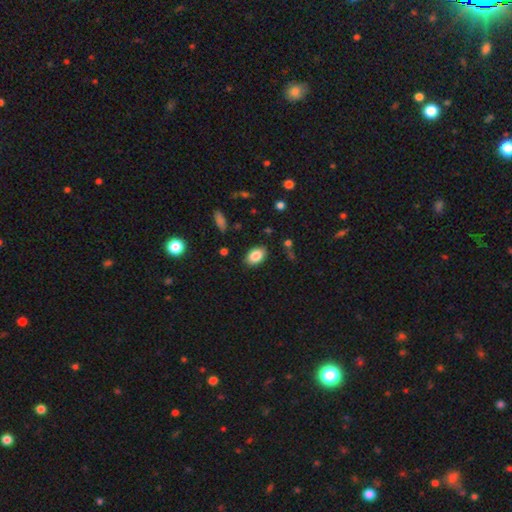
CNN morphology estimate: This is clearly a smooth galaxy (85%). How rounded: clearly in between (88%). Merging: clearly none (85%).